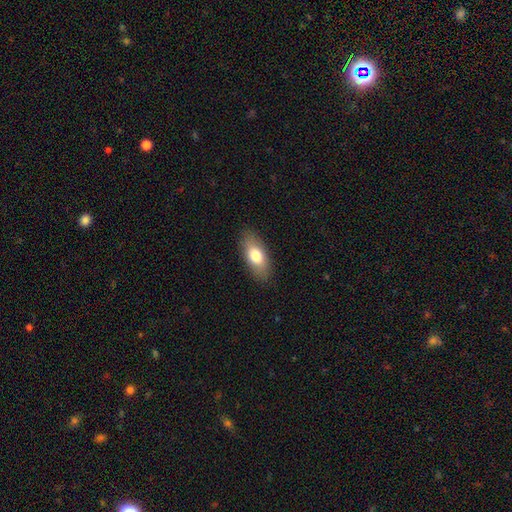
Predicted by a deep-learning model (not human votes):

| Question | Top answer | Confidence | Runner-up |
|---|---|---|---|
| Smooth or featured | smooth | 76% | featured or disk (18%) |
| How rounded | in between | 86% | cigar-shaped (11%) |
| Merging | none | 87% | minor disturbance (10%) |